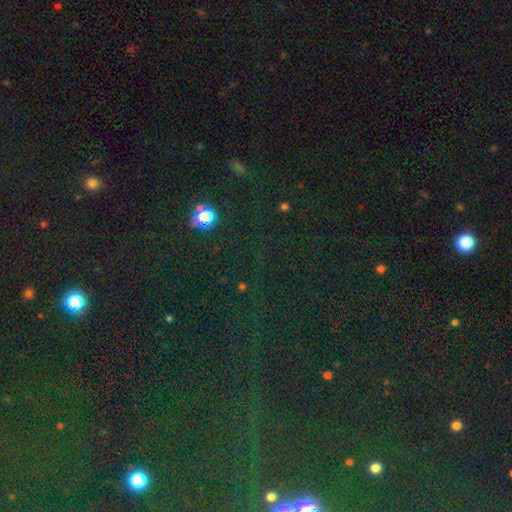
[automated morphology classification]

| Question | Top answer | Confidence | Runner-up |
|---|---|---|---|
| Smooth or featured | star or artifact | 75% | smooth (18%) |